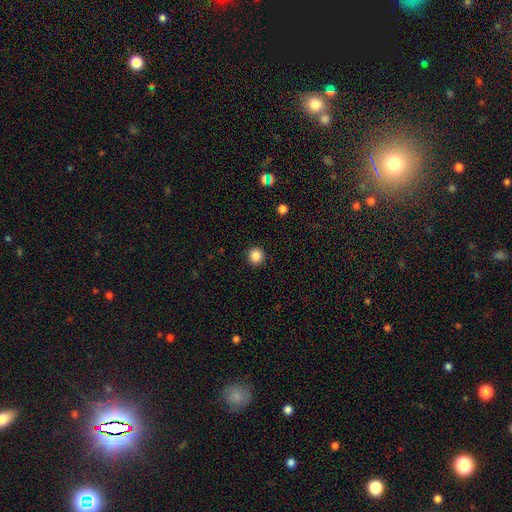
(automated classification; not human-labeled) smooth 86%, star or artifact 11%, featured or disk 3%. Down the decision tree: how rounded — round (94%); merging — none (93%).